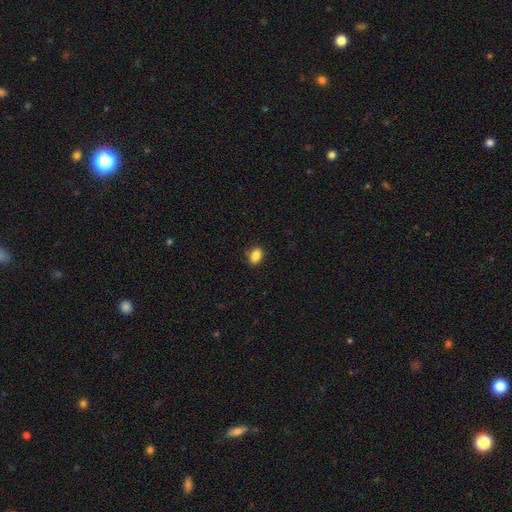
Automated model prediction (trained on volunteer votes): Smooth or featured? smooth (86%)
How rounded? in between (71%)
Merging? none (86%)